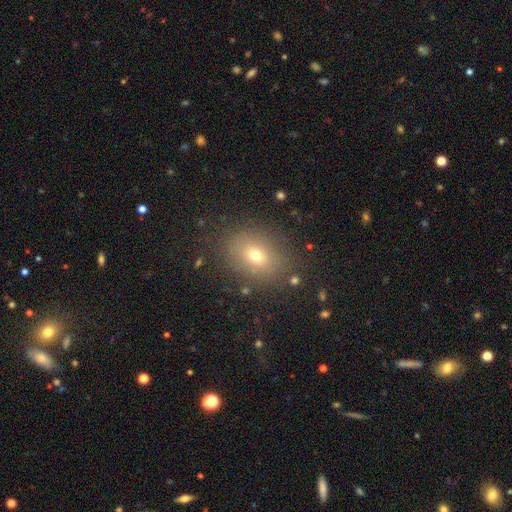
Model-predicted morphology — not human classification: Smooth or featured? Predicted: smooth (p=0.67). How rounded? Predicted: in between (p=0.55). Merging? Predicted: none (p=0.82).